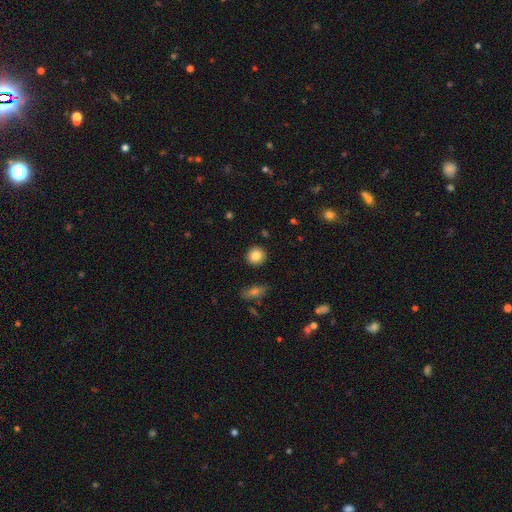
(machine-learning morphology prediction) type=smooth (84%); roundness=round (90%); merging=none (90%).